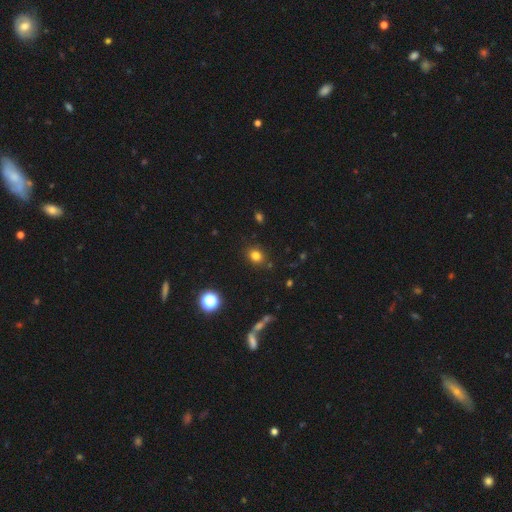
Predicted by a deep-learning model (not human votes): smooth-or-featured: smooth: 79% | star or artifact: 15% | featured or disk: 6%
  how-rounded: round: 67% | in between: 32% | cigar-shaped: 1%
  merging: none: 85% | minor disturbance: 10% | major disturbance: 3% | merger: 2%